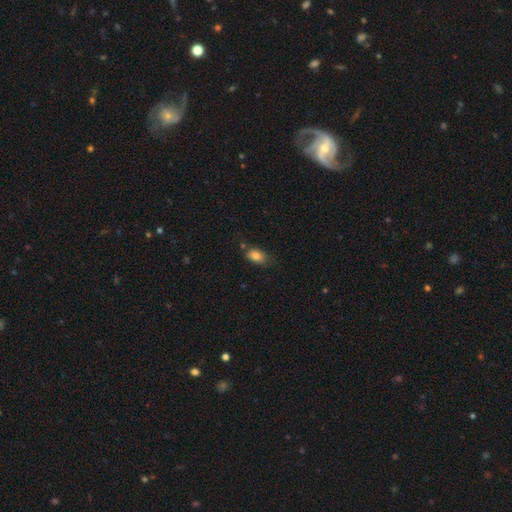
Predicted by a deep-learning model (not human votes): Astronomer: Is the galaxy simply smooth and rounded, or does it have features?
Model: smooth — 83%.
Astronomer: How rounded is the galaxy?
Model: in between — 87%.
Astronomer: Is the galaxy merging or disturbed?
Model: none — 68%.